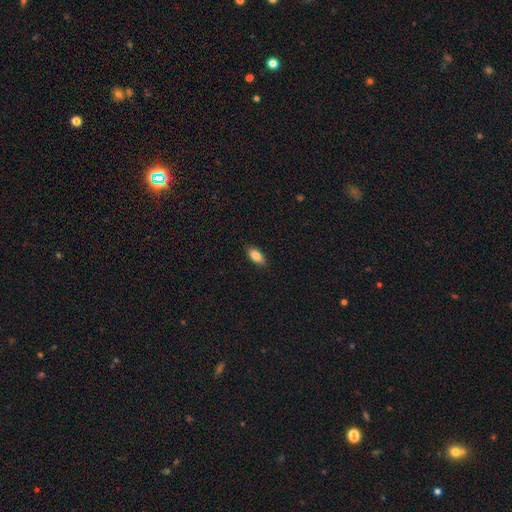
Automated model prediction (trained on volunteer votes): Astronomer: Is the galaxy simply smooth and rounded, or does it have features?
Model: smooth — 83%.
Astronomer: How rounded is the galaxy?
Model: in between — 89%.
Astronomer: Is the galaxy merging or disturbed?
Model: none — 87%.